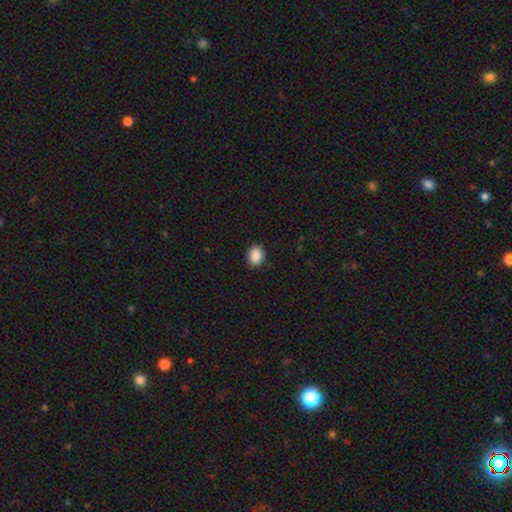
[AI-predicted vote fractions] This is clearly a smooth galaxy (90%). How rounded: likely in between (63%). Merging: clearly none (89%).